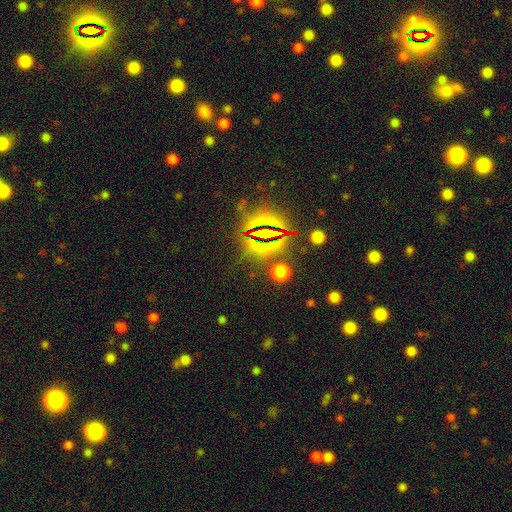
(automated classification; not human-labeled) Morphology: type=star or artifact (82%).